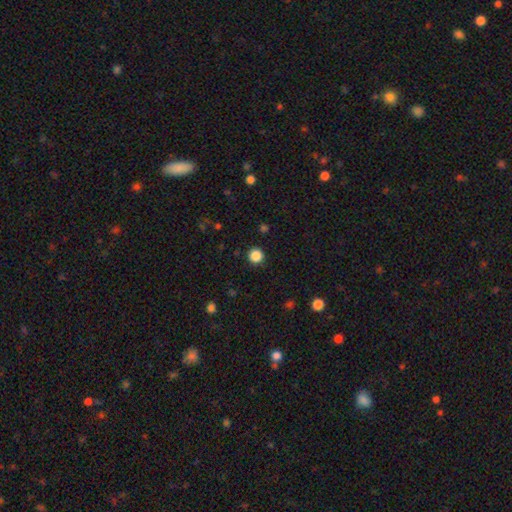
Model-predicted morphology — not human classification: Smooth or featured? Predicted: smooth (p=0.86). How rounded? Predicted: round (p=0.95). Merging? Predicted: none (p=0.92).